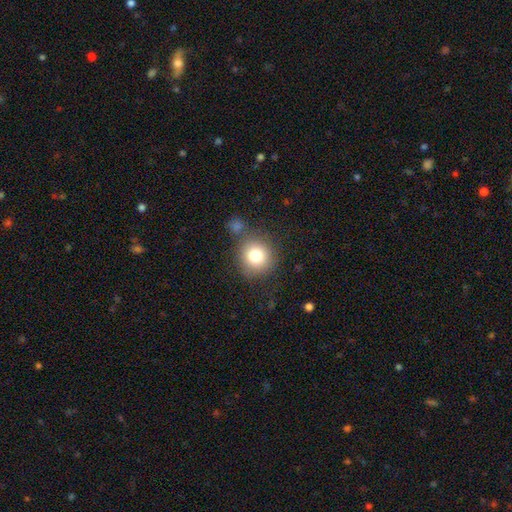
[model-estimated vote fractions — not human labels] Smooth or featured: smooth — 78% (star or artifact — 11%)
How rounded: round — 91% (in between — 8%)
Merging: none — 76% (minor disturbance — 11%)